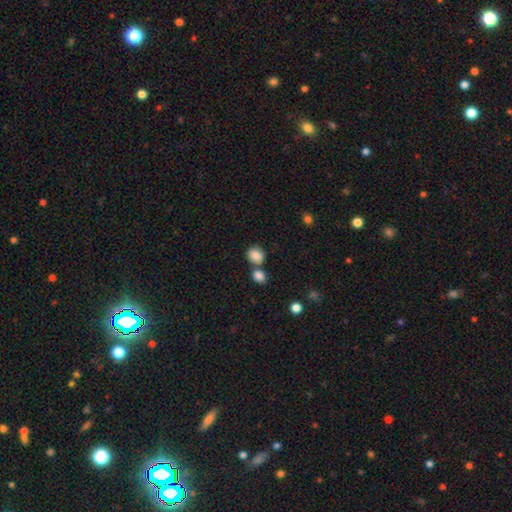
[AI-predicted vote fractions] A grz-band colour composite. It shows a smooth galaxy with no disk features (85%) that is round (65%). Merging: none (53%).